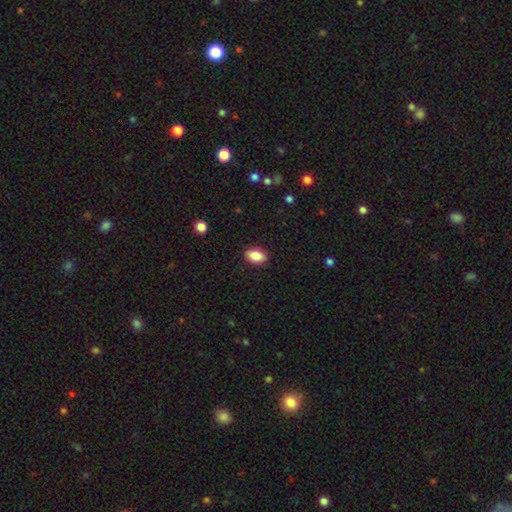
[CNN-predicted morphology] Smooth or featured: smooth — 86% (star or artifact — 8%)
How rounded: in between — 90% (round — 8%)
Merging: none — 89% (minor disturbance — 8%)